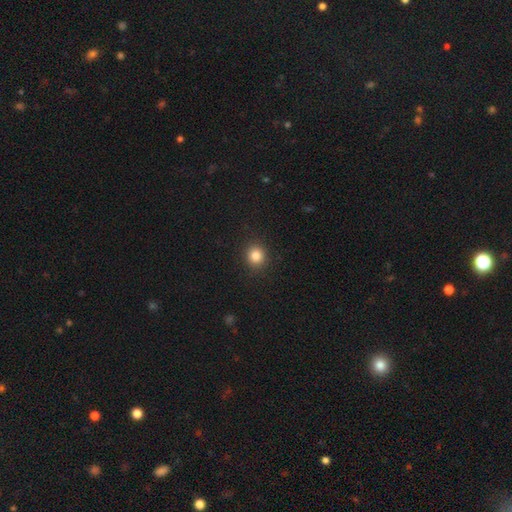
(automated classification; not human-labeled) This appears to be a smooth galaxy with no disk features (84%) that is round (87%). Merging: none (91%).